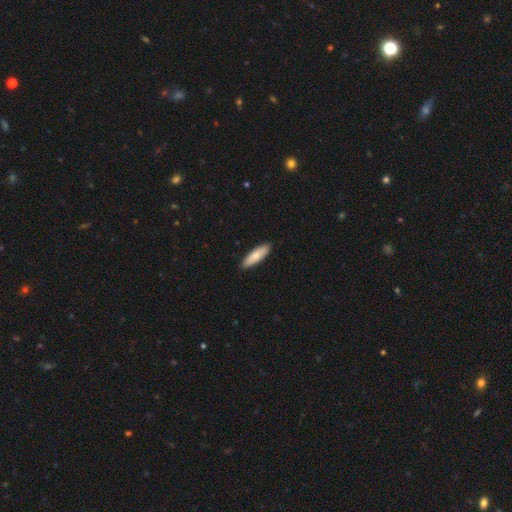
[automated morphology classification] A smooth galaxy with no disk features (80%) that is cigar-shaped (54%). Merging: none (90%).